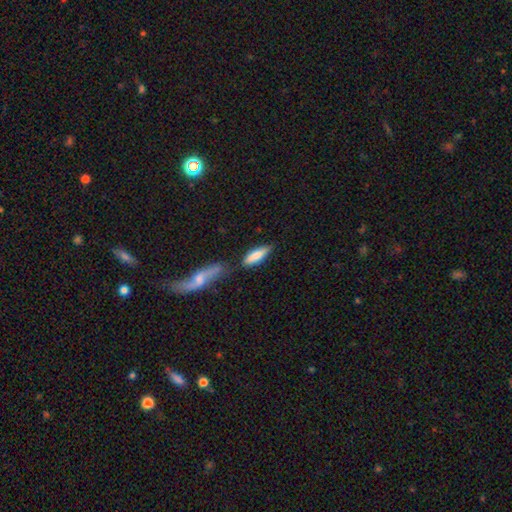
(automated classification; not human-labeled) A smooth galaxy with no disk features (75%) that is in between round and cigar-shaped (51%). Merging: none (61%).